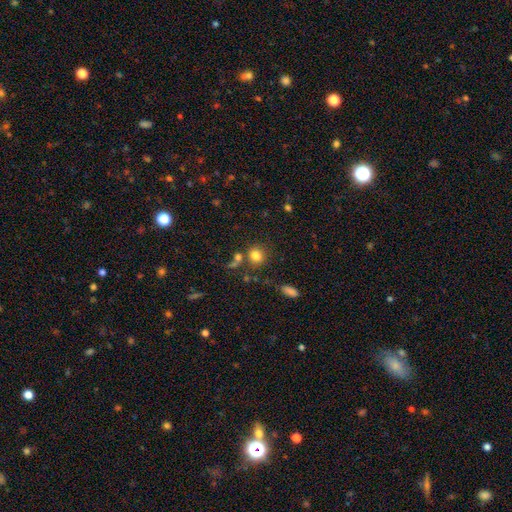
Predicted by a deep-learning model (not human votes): Smooth or featured?
  - smooth: 80% *
  - star or artifact: 12%
  - featured or disk: 7%
How rounded?
  - round: 78% *
  - in between: 21%
  - cigar-shaped: 1%
Merging?
  - none: 71% *
  - merger: 12%
  - minor disturbance: 11%
  - major disturbance: 5%